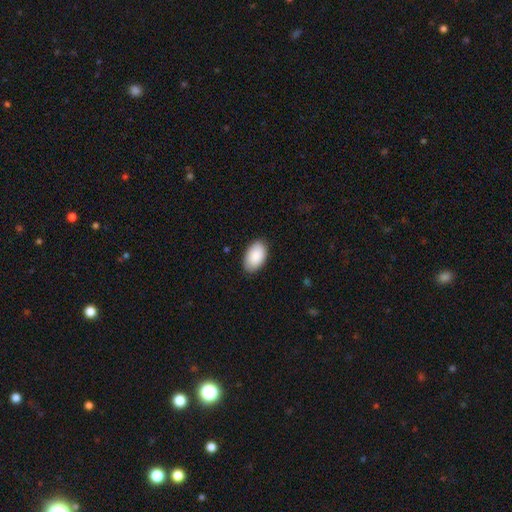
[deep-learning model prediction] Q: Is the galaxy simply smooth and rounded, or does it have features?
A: smooth — 90%.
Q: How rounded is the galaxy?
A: in between — 94%.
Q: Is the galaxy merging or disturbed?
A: none — 86%.